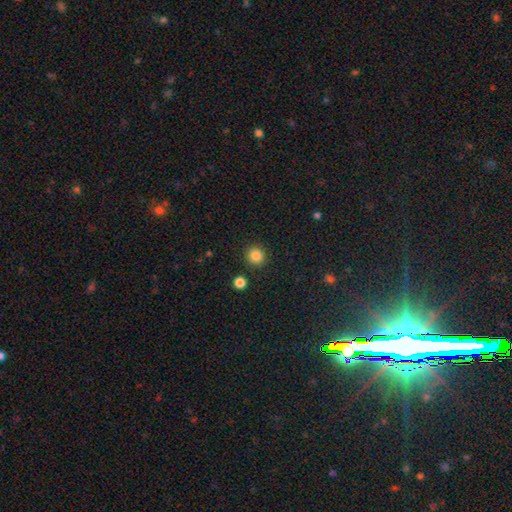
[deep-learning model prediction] smooth-or-featured: smooth: 85% | star or artifact: 11% | featured or disk: 4%
  how-rounded: round: 93% | in between: 6% | cigar-shaped: 1%
  merging: none: 91% | minor disturbance: 5% | merger: 2% | major disturbance: 2%